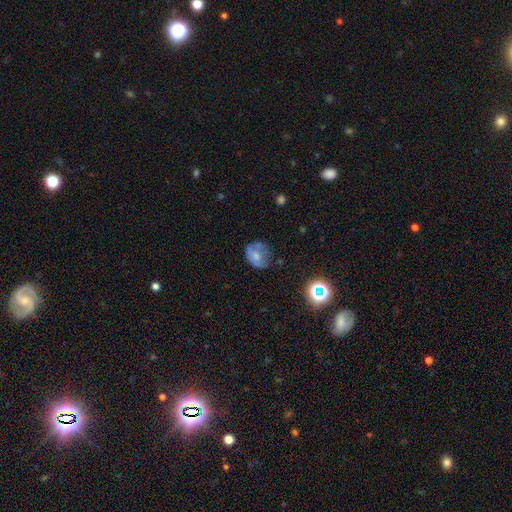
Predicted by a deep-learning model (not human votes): This appears to be a smooth galaxy with no disk features (54%) that is in between round and cigar-shaped (55%). Merging: none (44%).